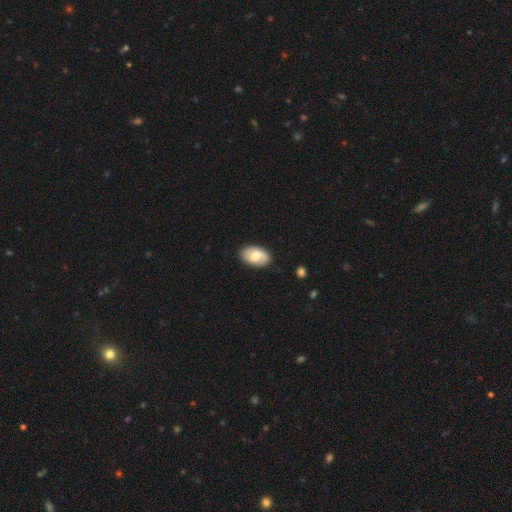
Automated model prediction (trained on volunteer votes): smooth 55%, featured or disk 39%, star or artifact 6%. Down the decision tree: how rounded — in between (91%); merging — none (84%).